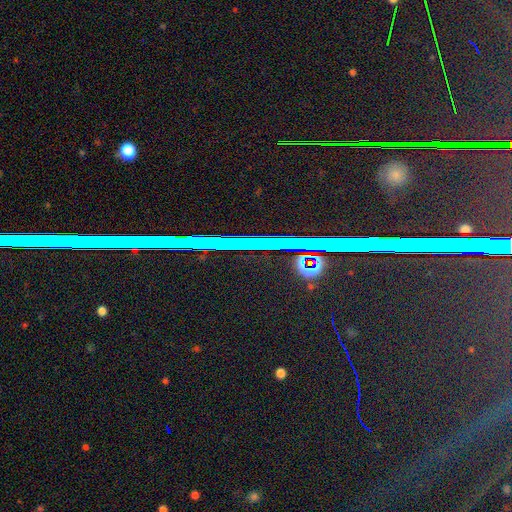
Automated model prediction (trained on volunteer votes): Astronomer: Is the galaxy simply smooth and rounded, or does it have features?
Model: star or artifact — 83%.